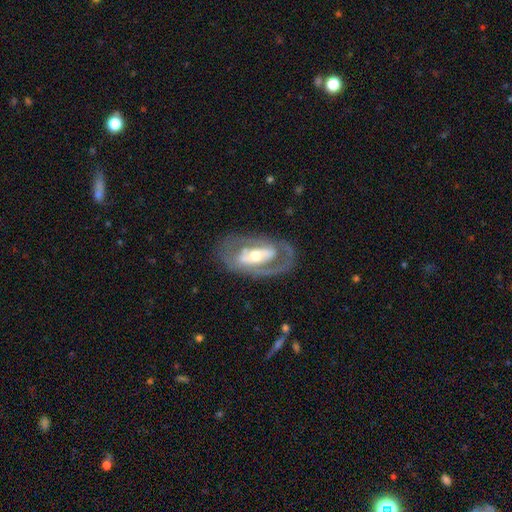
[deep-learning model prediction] Smooth or featured?
  - featured or disk: 77% *
  - smooth: 18%
  - star or artifact: 5%
Edge-on disk?
  - no: 91% *
  - yes: 9%
Bar?
  - strong: 40% *
  - no: 35%
  - weak: 25%
Spiral arms?
  - yes: 54% *
  - no: 46%
Bulge size?
  - moderate: 60% *
  - small: 27%
  - large: 11%
  - dominant: 1%
  - none: 1%
Merging?
  - none: 71% *
  - minor disturbance: 15%
  - major disturbance: 12%
  - merger: 2%